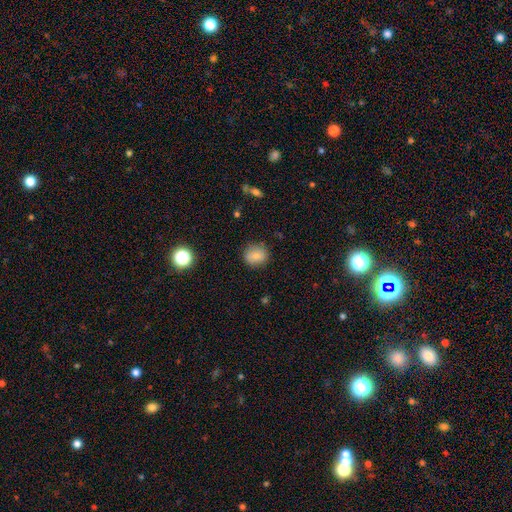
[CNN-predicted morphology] This appears to be a smooth galaxy with no disk features (79%) that is round (78%). Merging: none (85%).